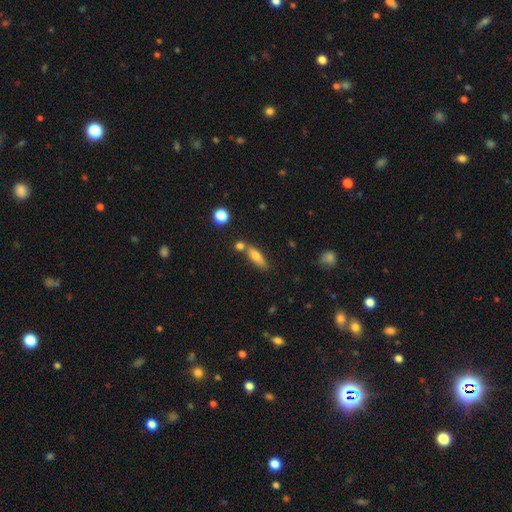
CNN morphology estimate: Smooth or featured?
  - smooth: 69% *
  - featured or disk: 23%
  - star or artifact: 9%
How rounded?
  - cigar-shaped: 50% *
  - in between: 46%
  - round: 4%
Merging?
  - none: 64% *
  - merger: 19%
  - minor disturbance: 14%
  - major disturbance: 4%